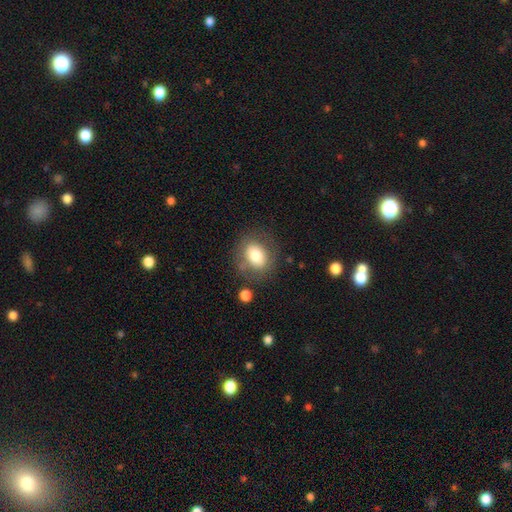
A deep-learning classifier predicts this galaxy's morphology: A smooth galaxy with no disk features (74%) that is in between round and cigar-shaped (52%). Merging: none (74%).